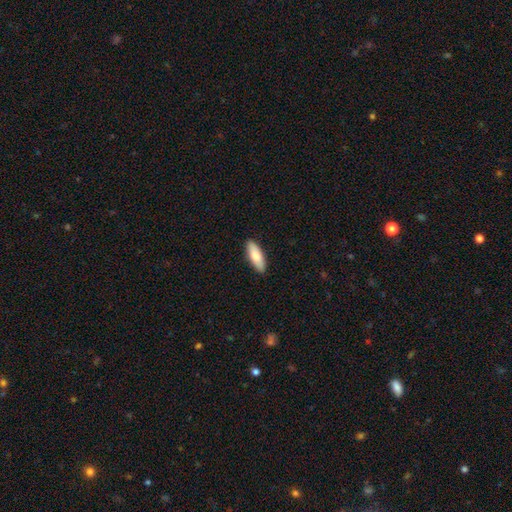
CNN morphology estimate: Overall: smooth (80%). How rounded: in between (62%; cigar-shaped 36%). Merging: none (90%).